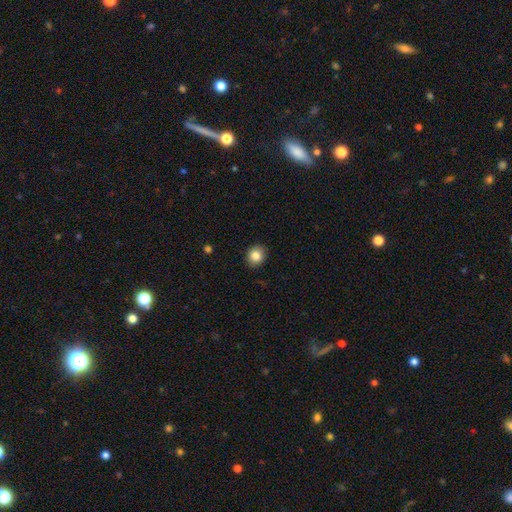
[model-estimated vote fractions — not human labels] This is clearly a smooth galaxy (84%). How rounded: likely round (76%). Merging: clearly none (90%).